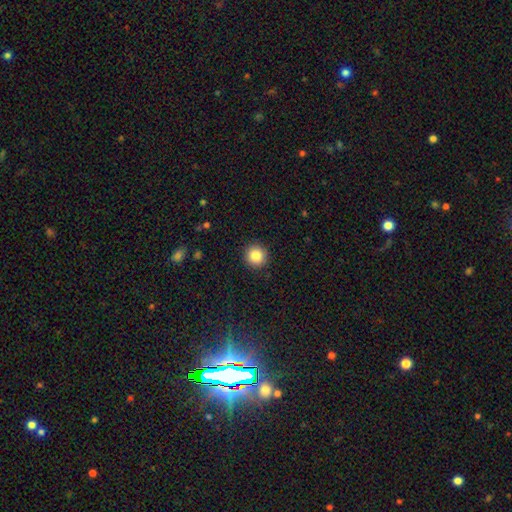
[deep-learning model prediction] This is clearly a smooth galaxy (85%). How rounded: clearly round (94%). Merging: clearly none (92%).